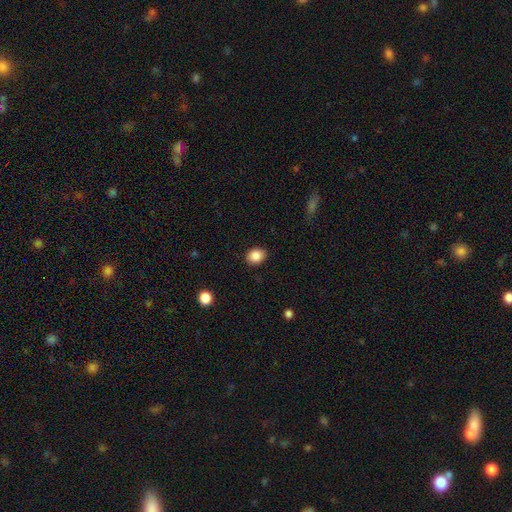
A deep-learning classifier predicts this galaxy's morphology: Q: Smooth or featured?
A: smooth (87%); runner-up: star or artifact (9%)
Q: How rounded?
A: round (50%); runner-up: in between (49%)
Q: Merging?
A: none (89%); runner-up: minor disturbance (8%)